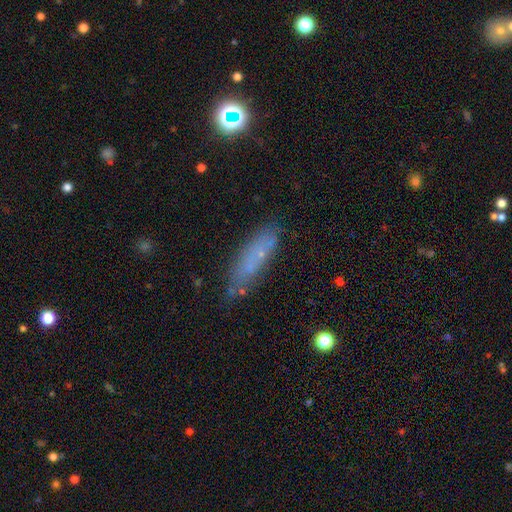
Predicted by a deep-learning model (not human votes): This is possibly a smooth galaxy (58%). How rounded: possibly cigar-shaped (60%). Merging: likely none (71%).